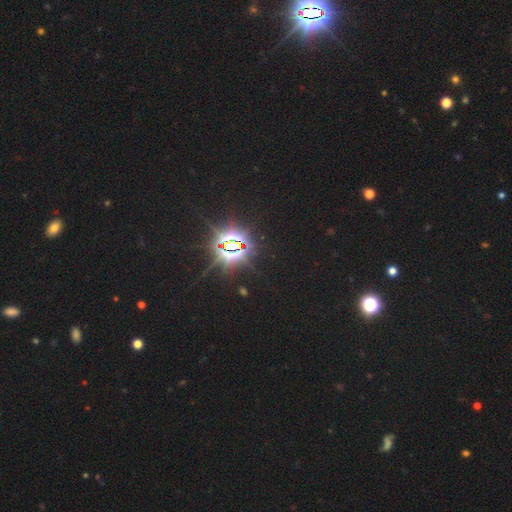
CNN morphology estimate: A star or artifact, not a galaxy (84%).